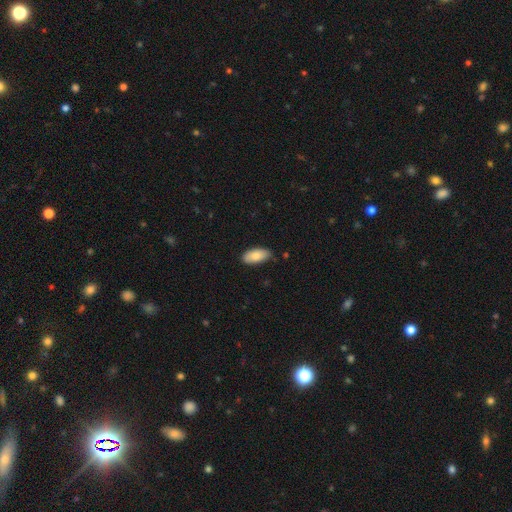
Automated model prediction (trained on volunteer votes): This is clearly a smooth galaxy (83%). How rounded: clearly in between (91%). Merging: likely none (78%).